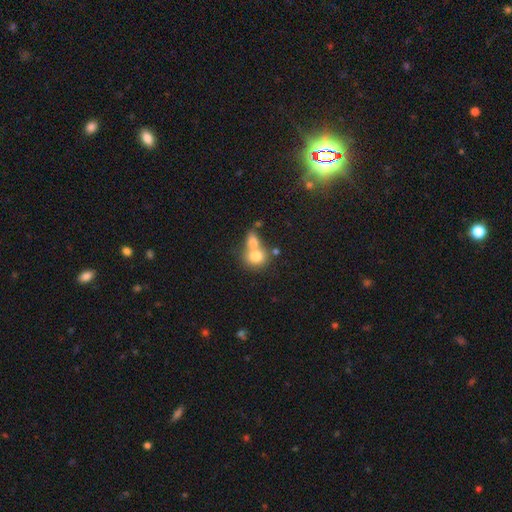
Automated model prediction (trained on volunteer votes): smooth 75%, featured or disk 15%, star or artifact 10%. Down the decision tree: how rounded — round (71%); merging — merger (62%).